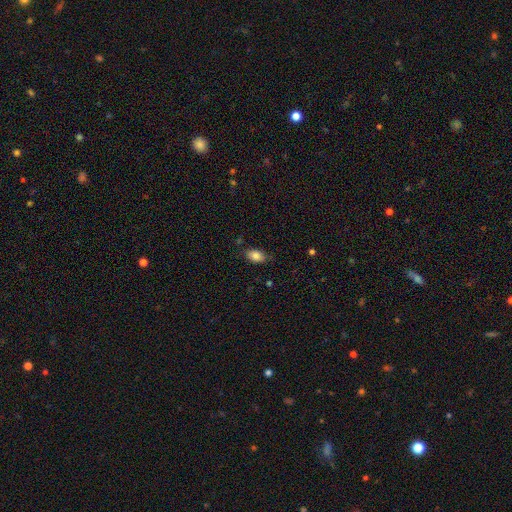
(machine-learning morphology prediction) type=smooth (83%); roundness=in between (89%); merging=none (78%).